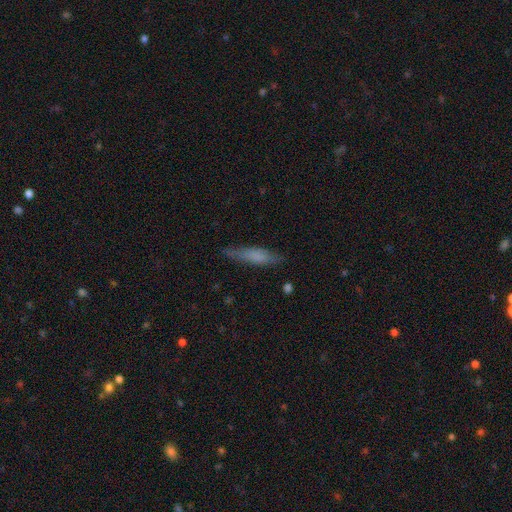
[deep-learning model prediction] smooth_or_featured: smooth (p=0.65) [alt: featured or disk p=0.28]
how_rounded: cigar-shaped (p=0.79) [alt: in between p=0.20]
merging: none (p=0.74) [alt: minor disturbance p=0.19]